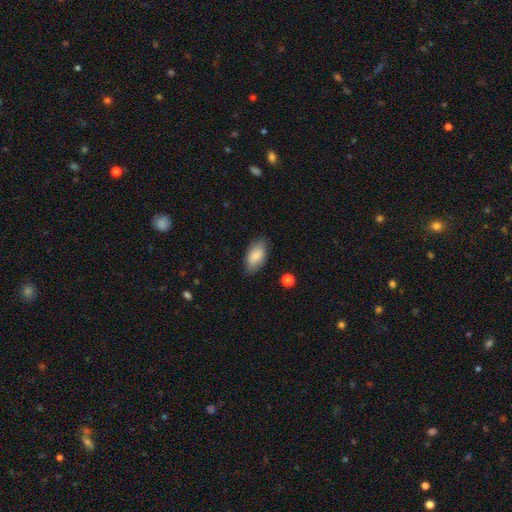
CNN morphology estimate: The model was most divided on "merging": none: 82%, minor disturbance: 14%, major disturbance: 3%, merger: 1%. More confident: how rounded — in between (92%); smooth or featured — smooth (85%).